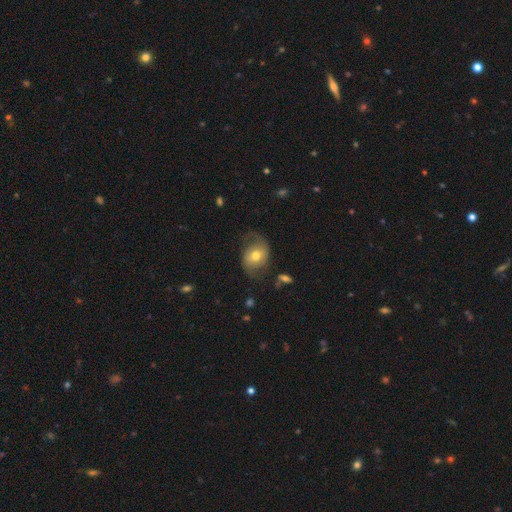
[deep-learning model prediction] Smooth or featured? Predicted: featured or disk (p=0.54). Edge-on disk? Predicted: no (p=0.96). Bar? Predicted: no (p=0.56). Spiral arms? Predicted: yes (p=0.80). Bulge size? Predicted: moderate (p=0.73). Merging? Predicted: none (p=0.55).